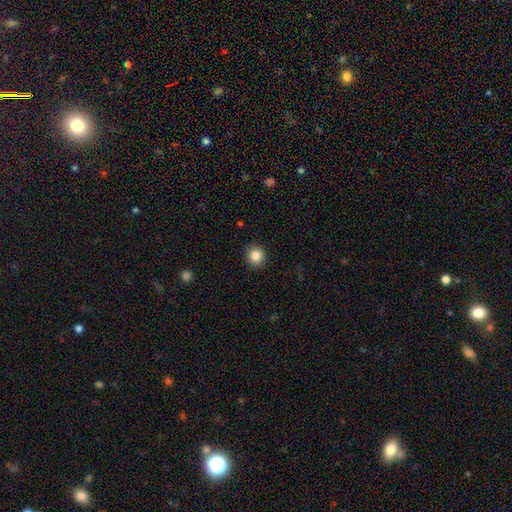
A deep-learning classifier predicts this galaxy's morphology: smooth_or_featured: smooth (p=0.86) [alt: star or artifact p=0.10]
how_rounded: round (p=0.86) [alt: in between p=0.13]
merging: none (p=0.89) [alt: minor disturbance p=0.07]